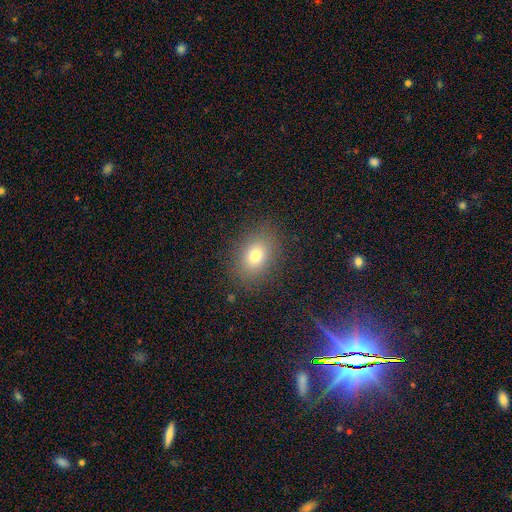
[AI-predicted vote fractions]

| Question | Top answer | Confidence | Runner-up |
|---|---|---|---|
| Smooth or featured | smooth | 75% | star or artifact (13%) |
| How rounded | in between | 70% | round (29%) |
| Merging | none | 86% | minor disturbance (10%) |